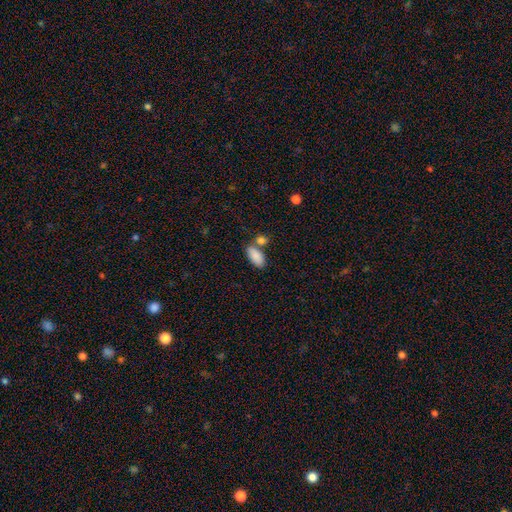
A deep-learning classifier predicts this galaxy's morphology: A smooth galaxy with no disk features (88%) that is in between round and cigar-shaped (92%).

Vote fractions:
- Smooth or featured? smooth: 88% / star or artifact: 7% / featured or disk: 5%
- How rounded? in between: 92% / cigar-shaped: 5% / round: 3%
- Merging? none: 56% / merger: 28% / minor disturbance: 12% / major disturbance: 4%